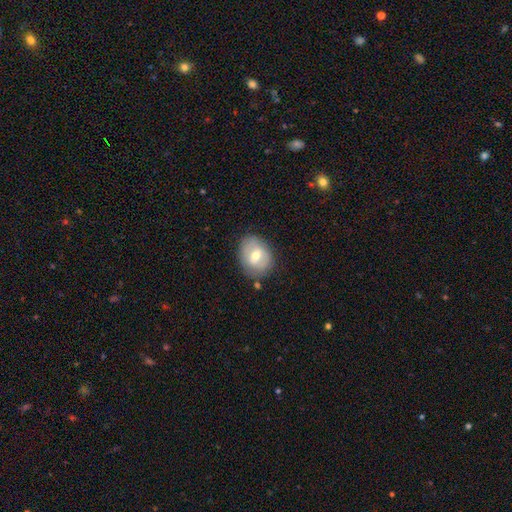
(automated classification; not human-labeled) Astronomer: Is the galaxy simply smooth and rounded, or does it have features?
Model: smooth — 49% (runner-up: featured or disk, 43%).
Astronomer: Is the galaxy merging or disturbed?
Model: none — 75%.